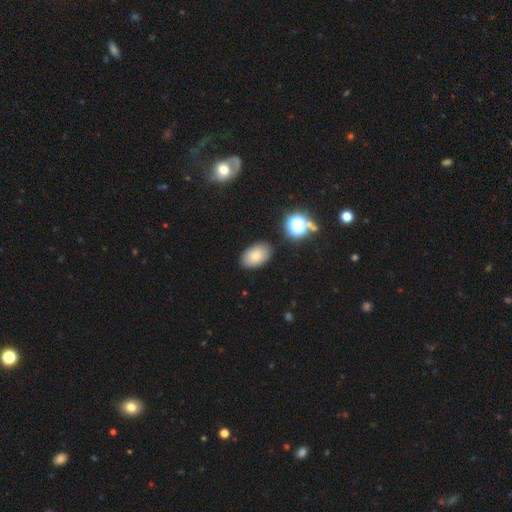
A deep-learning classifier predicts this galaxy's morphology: Smooth or featured? smooth (80%)
How rounded? in between (90%)
Merging? none (85%)